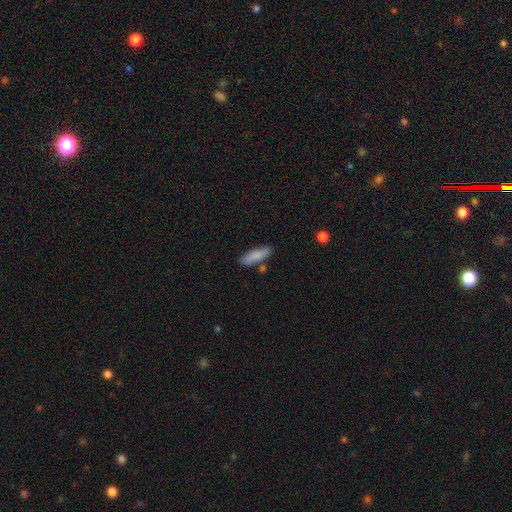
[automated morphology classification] This is clearly a smooth galaxy (82%). How rounded: possibly in between (51%). Merging: likely none (77%).